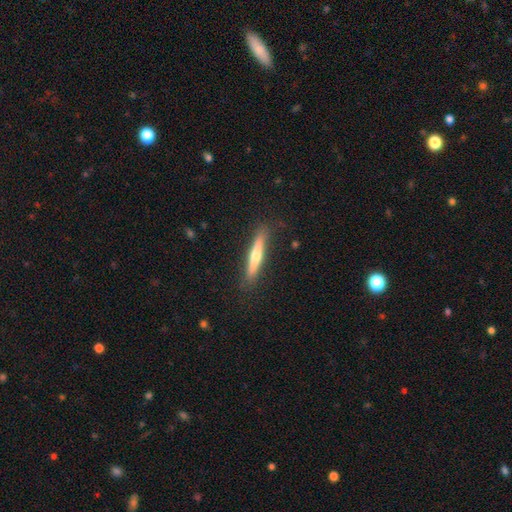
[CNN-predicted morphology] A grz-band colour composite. It shows a smooth galaxy with no disk features (47%, tied with featured or disk). Merging: none (86%).